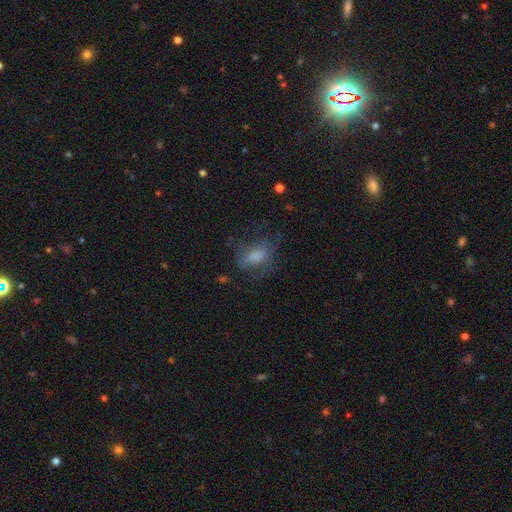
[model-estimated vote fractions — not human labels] This is possibly a smooth galaxy (56%). How rounded: likely in between (78%). Merging: possibly none (57%).